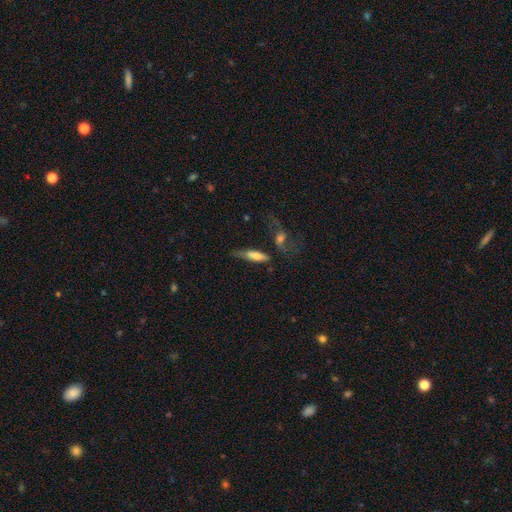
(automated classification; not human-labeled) smooth_or_featured: smooth (p=0.59) [alt: featured or disk p=0.33]
how_rounded: cigar-shaped (p=0.64) [alt: in between p=0.34]
merging: none (p=0.45) [alt: minor disturbance p=0.24]